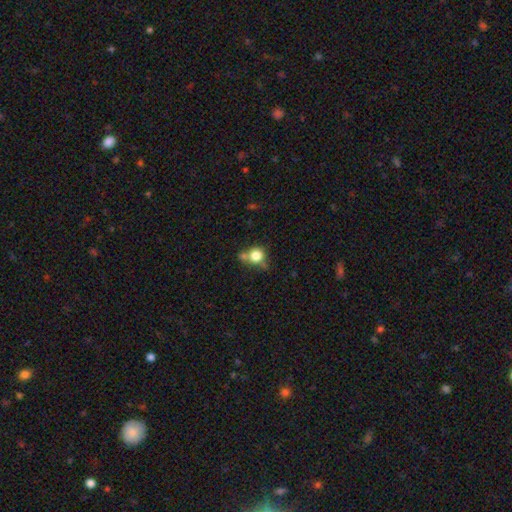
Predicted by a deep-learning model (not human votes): This is likely a smooth galaxy (79%). How rounded: clearly round (87%). Merging: possibly none (53%).